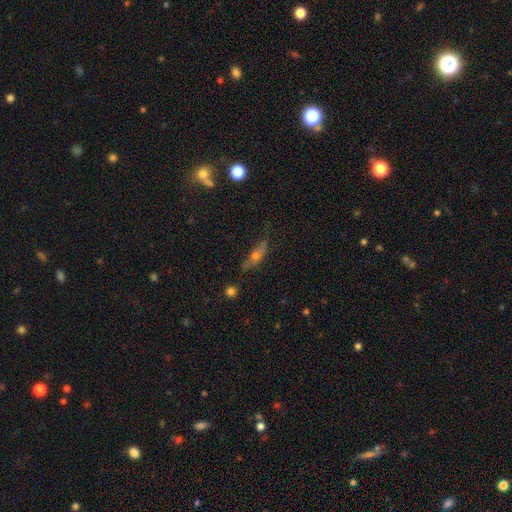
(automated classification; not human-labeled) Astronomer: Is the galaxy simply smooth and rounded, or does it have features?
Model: featured or disk — 47% (runner-up: smooth, 41%).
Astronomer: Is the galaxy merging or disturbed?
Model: none — 62%.